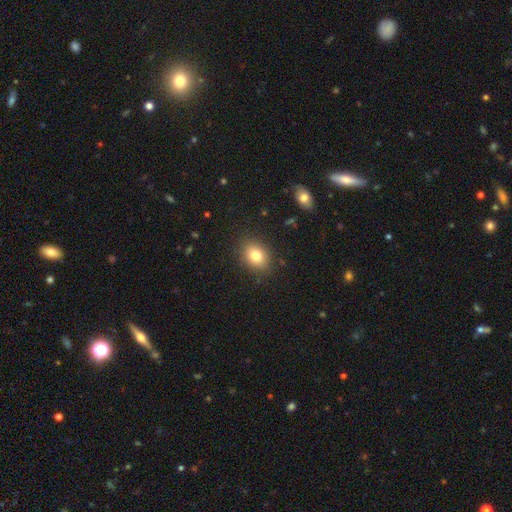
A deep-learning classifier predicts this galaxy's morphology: Q: Smooth or featured?
A: smooth (80%); runner-up: star or artifact (11%)
Q: How rounded?
A: in between (56%); runner-up: round (43%)
Q: Merging?
A: none (87%); runner-up: minor disturbance (9%)